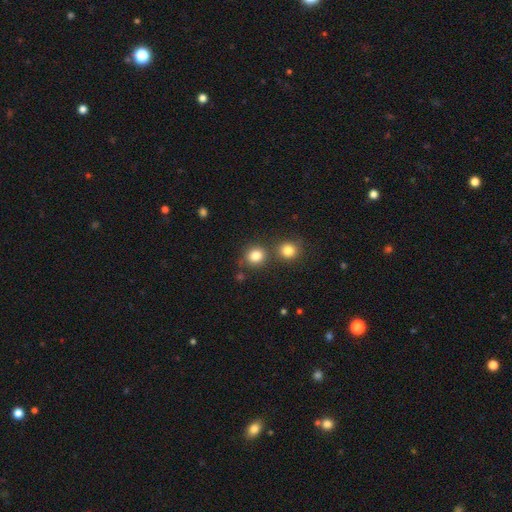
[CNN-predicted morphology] smooth_or_featured: smooth (p=0.82) [alt: star or artifact p=0.12]
how_rounded: round (p=0.83) [alt: in between p=0.16]
merging: none (p=0.70) [alt: merger p=0.18]